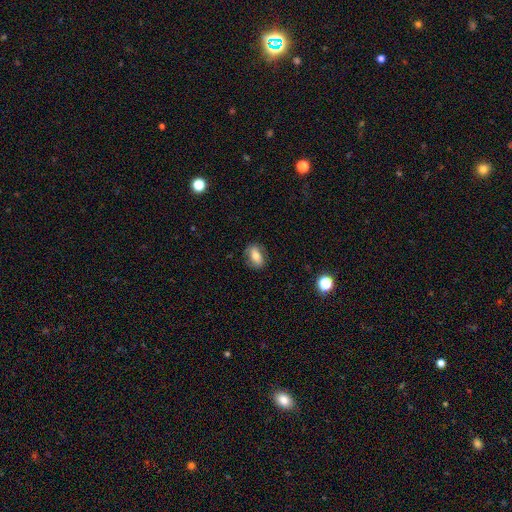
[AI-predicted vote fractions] smooth 64%, featured or disk 27%, star or artifact 9%. Down the decision tree: how rounded — in between (81%); merging — none (79%).